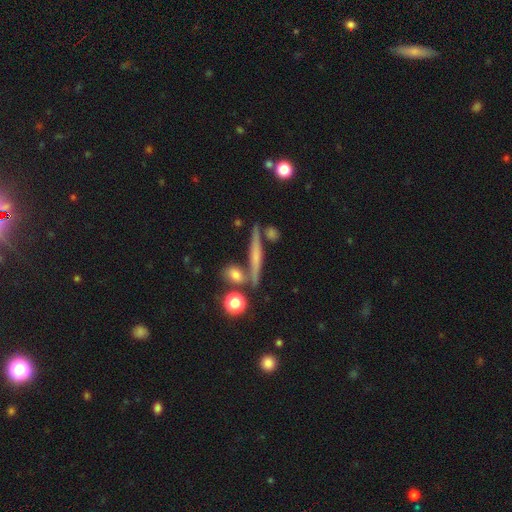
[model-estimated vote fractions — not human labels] Smooth or featured: featured or disk — 55% (smooth — 36%)
Edge-on disk: yes — 94% (no — 6%)
Edge-on bulge: none — 50% (rounded — 38%)
Merging: none — 76% (merger — 10%)